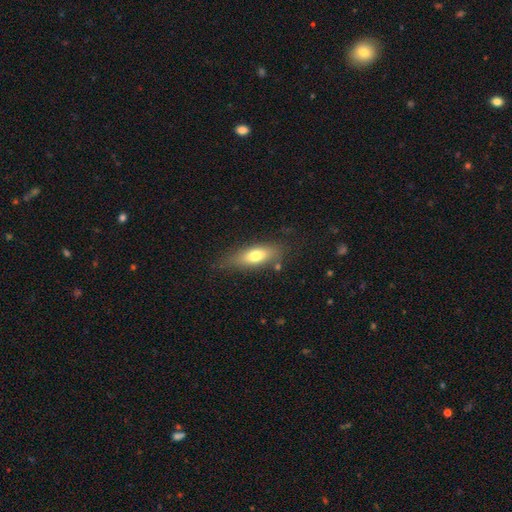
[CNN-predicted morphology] A smooth galaxy with no disk features (69%) that is in between round and cigar-shaped (67%). Merging: none (75%).